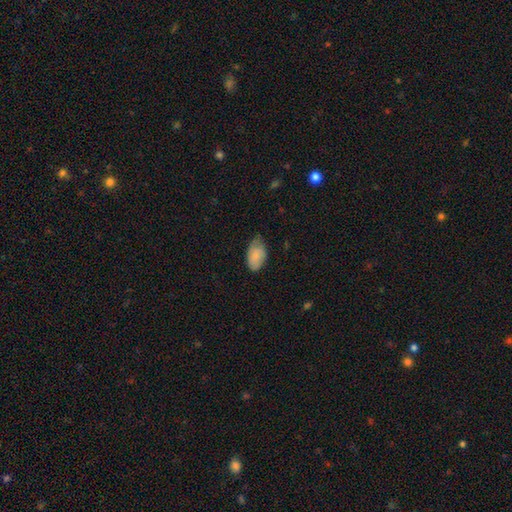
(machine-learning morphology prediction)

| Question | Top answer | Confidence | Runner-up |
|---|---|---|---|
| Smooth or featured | smooth | 84% | featured or disk (10%) |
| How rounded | in between | 94% | round (5%) |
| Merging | none | 55% | minor disturbance (37%) |